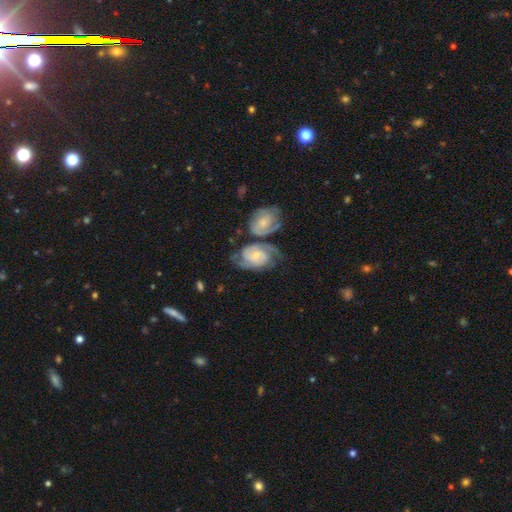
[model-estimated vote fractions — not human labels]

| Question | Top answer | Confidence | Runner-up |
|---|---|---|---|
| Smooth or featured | featured or disk | 80% | smooth (14%) |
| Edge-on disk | no | 97% | yes (3%) |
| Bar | no | 55% | weak (37%) |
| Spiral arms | yes | 95% | no (5%) |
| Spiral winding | medium | 45% | tight (42%) |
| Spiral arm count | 2 | 74% | can't tell (11%) |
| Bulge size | small | 58% | moderate (31%) |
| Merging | none | 40% | merger (31%) |